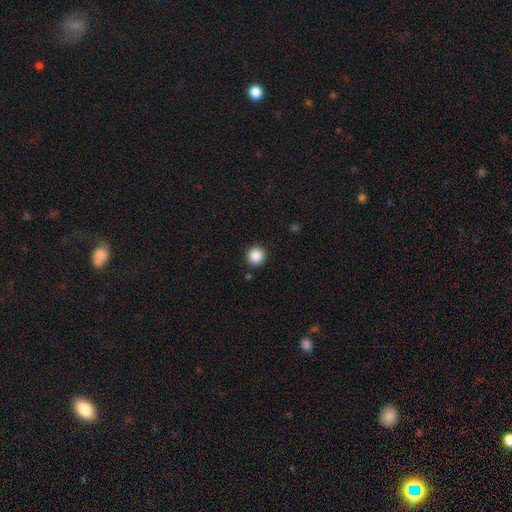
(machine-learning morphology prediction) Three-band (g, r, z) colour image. It shows a smooth galaxy with no disk features (87%) that is round (93%). Merging: none (90%).